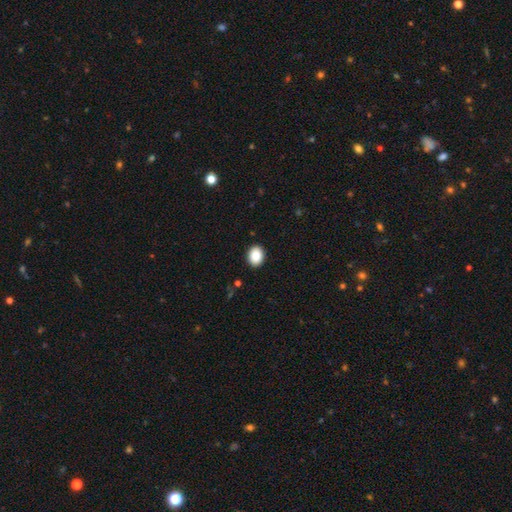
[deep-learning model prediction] Smooth or featured?
  - smooth: 89% *
  - star or artifact: 8%
  - featured or disk: 3%
How rounded?
  - in between: 60% *
  - round: 39%
  - cigar-shaped: 1%
Merging?
  - none: 91% *
  - minor disturbance: 6%
  - major disturbance: 2%
  - merger: 1%